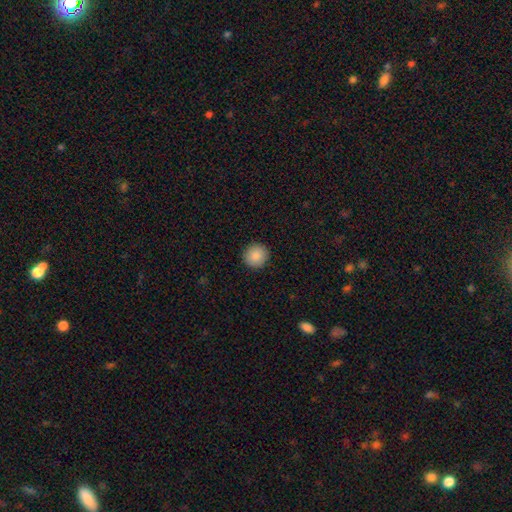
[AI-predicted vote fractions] Smooth or featured?
  - smooth: 89% *
  - star or artifact: 8%
  - featured or disk: 3%
How rounded?
  - round: 94% *
  - in between: 5%
  - cigar-shaped: 1%
Merging?
  - none: 92% *
  - minor disturbance: 5%
  - major disturbance: 2%
  - merger: 1%